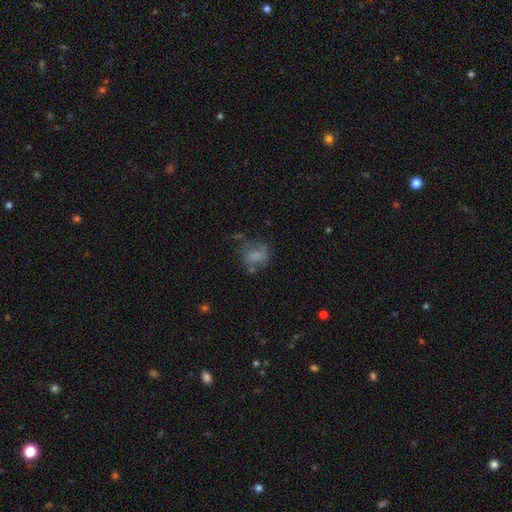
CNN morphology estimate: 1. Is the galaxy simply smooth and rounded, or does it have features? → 60% smooth, 29% featured or disk, 11% star or artifact.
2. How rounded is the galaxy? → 50% in between, 48% round, 2% cigar-shaped.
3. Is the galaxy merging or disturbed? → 40% none, 27% minor disturbance, 24% major disturbance, 9% merger.